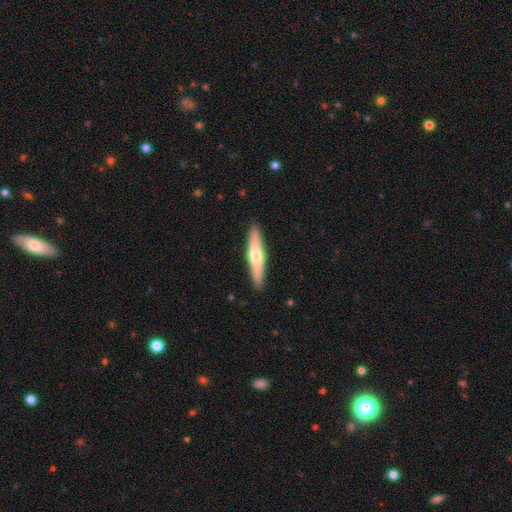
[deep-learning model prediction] The model was most divided on "smooth or featured": smooth: 51%, featured or disk: 44%, star or artifact: 5%. More confident: merging — none (90%); how rounded — cigar-shaped (86%).